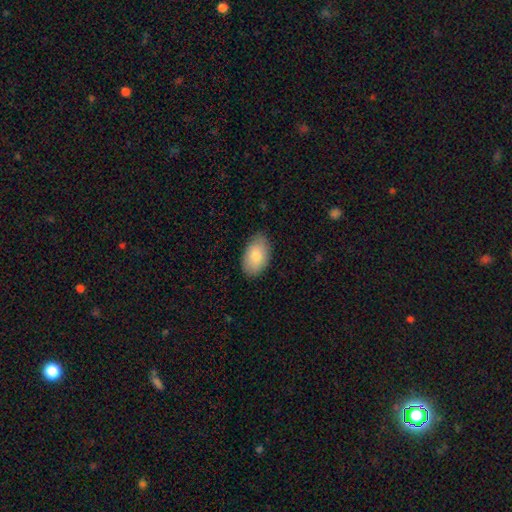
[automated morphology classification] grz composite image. It shows a smooth galaxy with no disk features (79%) that is in between round and cigar-shaped (93%). Merging: none (82%).